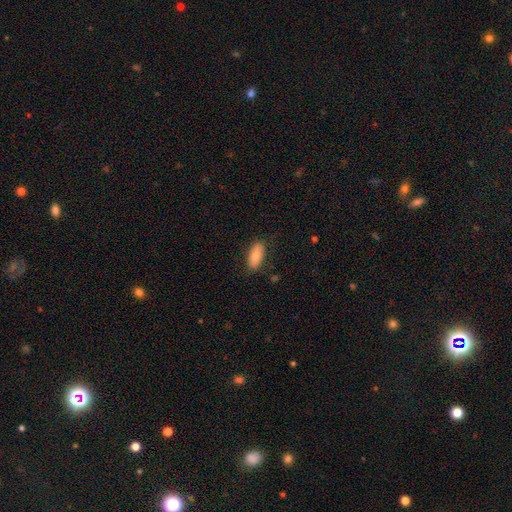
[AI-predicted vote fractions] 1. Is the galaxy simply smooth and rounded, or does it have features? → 75% smooth, 18% featured or disk, 7% star or artifact.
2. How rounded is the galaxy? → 85% in between, 12% cigar-shaped, 3% round.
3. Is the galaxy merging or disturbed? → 84% none, 12% minor disturbance, 3% major disturbance, 1% merger.